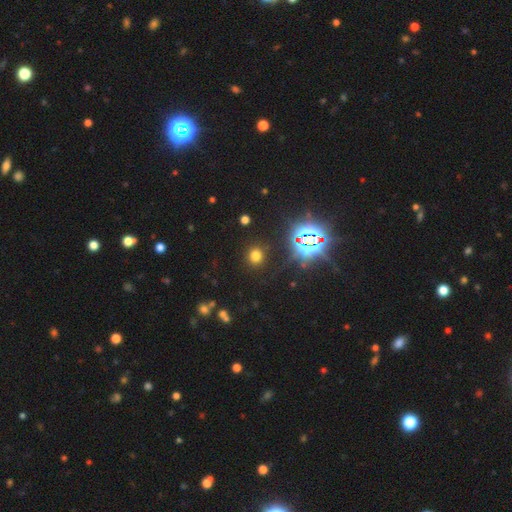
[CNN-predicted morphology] smooth-or-featured: smooth: 66% | star or artifact: 28% | featured or disk: 6%
  how-rounded: round: 84% | in between: 15% | cigar-shaped: 1%
  merging: none: 88% | minor disturbance: 7% | major disturbance: 3% | merger: 2%